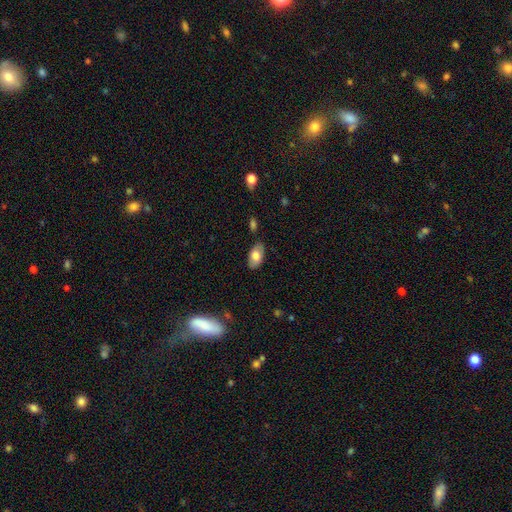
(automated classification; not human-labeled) Smooth or featured: smooth — 72% (featured or disk — 21%)
How rounded: in between — 94% (round — 4%)
Merging: none — 79% (minor disturbance — 16%)